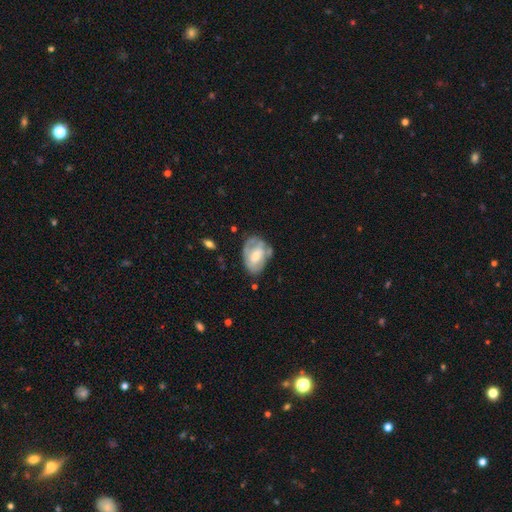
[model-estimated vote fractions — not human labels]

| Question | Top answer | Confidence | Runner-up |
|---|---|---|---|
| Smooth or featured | featured or disk | 52% | smooth (41%) |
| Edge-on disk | no | 95% | yes (5%) |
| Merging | none | 49% | minor disturbance (29%) |